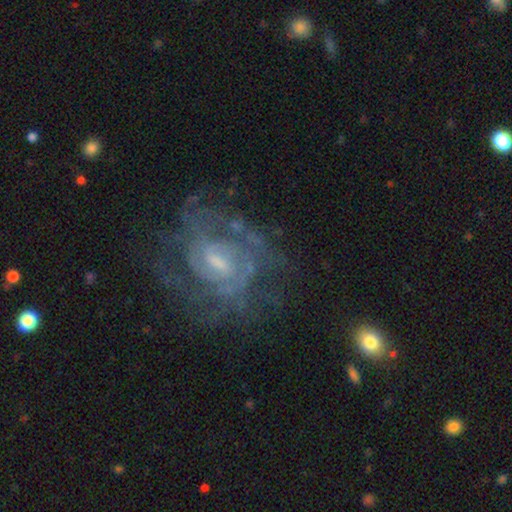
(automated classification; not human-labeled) Smooth or featured? Predicted: featured or disk (p=0.81). Edge-on disk? Predicted: no (p=0.97). Bar? Predicted: weak (p=0.55). Spiral arms? Predicted: yes (p=0.86). Spiral winding? Predicted: tight (p=0.53). Spiral arm count? Predicted: can't tell (p=0.47). Bulge size? Predicted: small (p=0.48). Merging? Predicted: none (p=0.65).